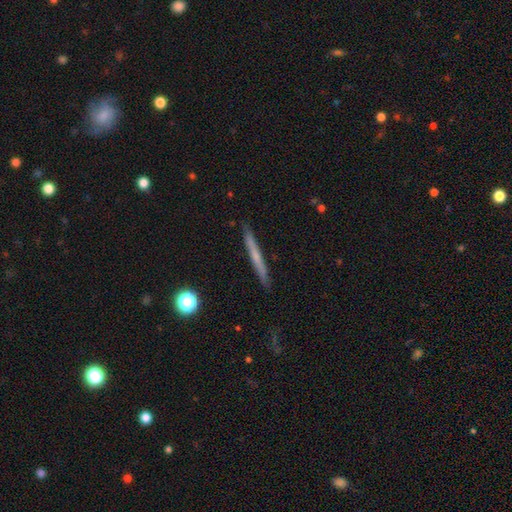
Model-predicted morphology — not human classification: type=smooth (48%); merging=none (91%).